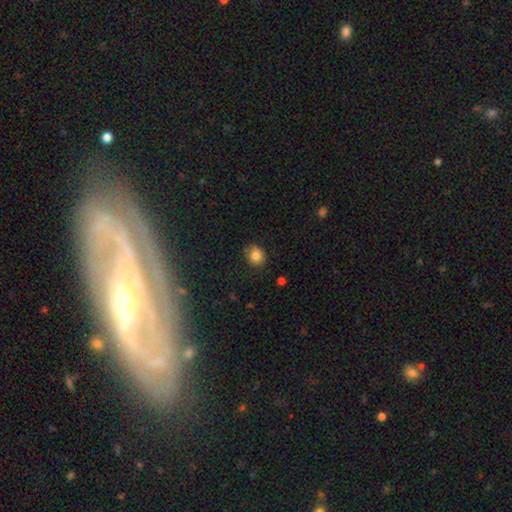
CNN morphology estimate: A smooth galaxy with no disk features (83%) that is round (69%). Merging: none (74%).